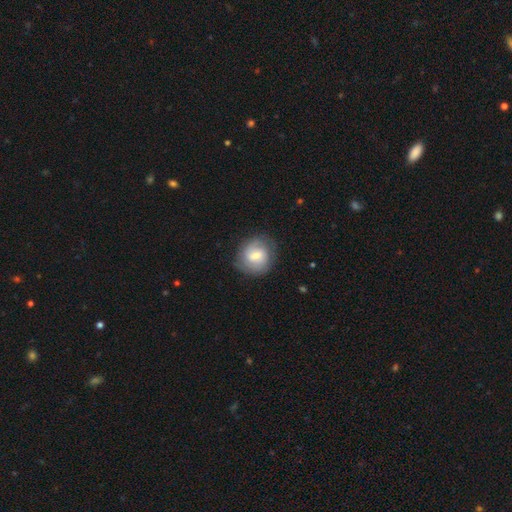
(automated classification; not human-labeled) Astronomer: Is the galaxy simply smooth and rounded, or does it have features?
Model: featured or disk — 53% (runner-up: smooth, 40%).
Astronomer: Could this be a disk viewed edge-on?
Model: no — 97%.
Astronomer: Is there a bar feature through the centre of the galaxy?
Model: weak — 58%.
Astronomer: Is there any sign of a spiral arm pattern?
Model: yes — 81%.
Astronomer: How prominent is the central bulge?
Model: moderate — 47% (runner-up: small, 44%).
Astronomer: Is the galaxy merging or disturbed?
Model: none — 79%.